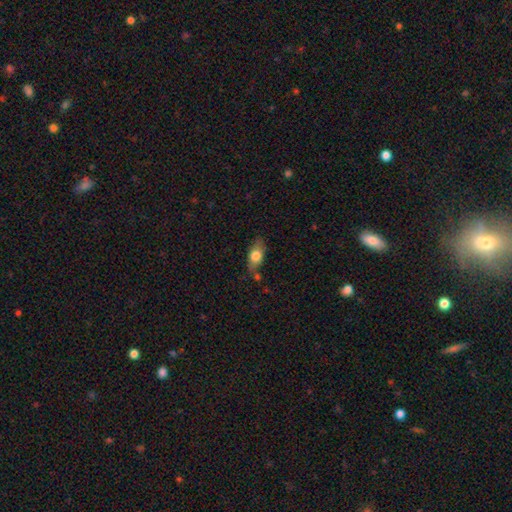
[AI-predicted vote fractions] The model was most divided on "merging": none: 65%, minor disturbance: 23%, merger: 6%, major disturbance: 6%. More confident: how rounded — in between (79%); smooth or featured — smooth (70%).